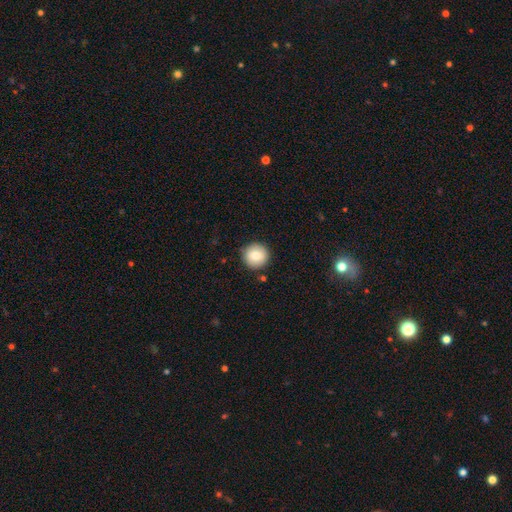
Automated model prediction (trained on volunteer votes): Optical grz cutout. It shows a smooth galaxy with no disk features (81%) that is round (95%). Merging: none (90%).